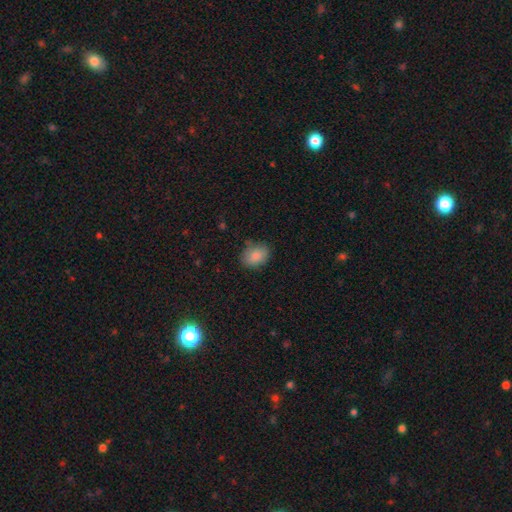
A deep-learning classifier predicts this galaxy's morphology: This is clearly a smooth galaxy (86%). How rounded: likely in between (68%). Merging: likely none (77%).